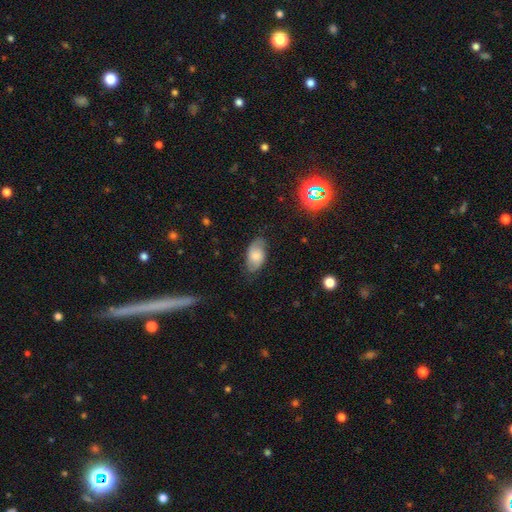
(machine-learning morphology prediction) smooth 66%, featured or disk 25%, star or artifact 8%. Down the decision tree: how rounded — in between (93%); merging — none (71%).